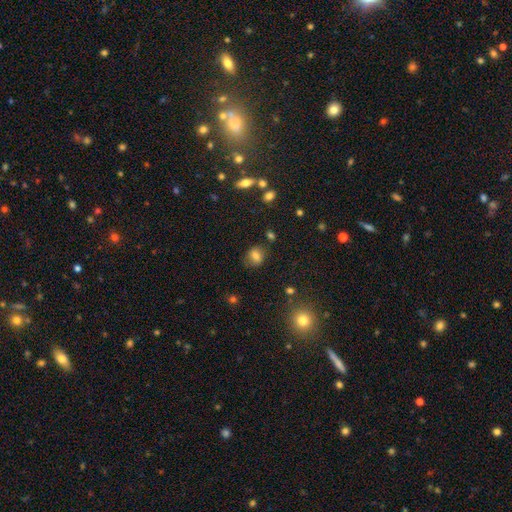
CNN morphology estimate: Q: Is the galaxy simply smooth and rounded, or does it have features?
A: smooth — 74%.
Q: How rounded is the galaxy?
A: round — 56%.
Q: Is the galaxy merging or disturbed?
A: none — 76%.